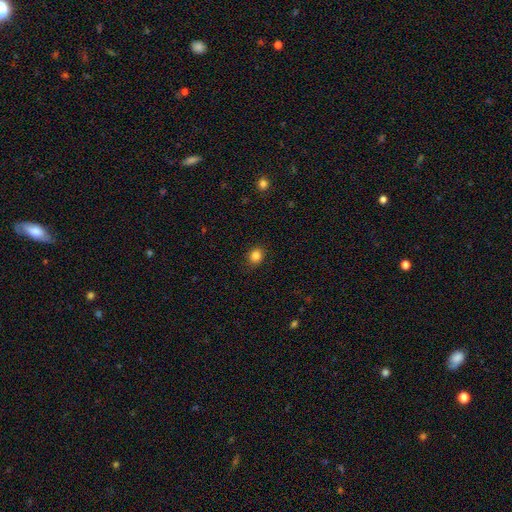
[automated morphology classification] Q: Smooth or featured?
A: smooth (85%); runner-up: star or artifact (11%)
Q: How rounded?
A: round (65%); runner-up: in between (34%)
Q: Merging?
A: none (88%); runner-up: minor disturbance (8%)